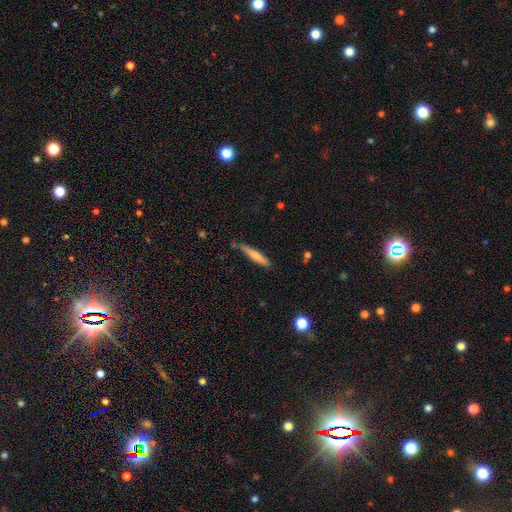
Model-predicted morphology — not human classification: Smooth or featured? smooth (66%)
How rounded? cigar-shaped (93%)
Merging? none (78%)